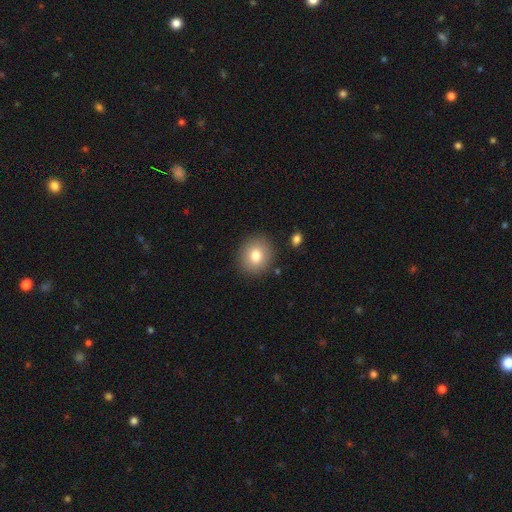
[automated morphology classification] smooth-or-featured: smooth: 79% | featured or disk: 11% | star or artifact: 10%
  how-rounded: round: 83% | in between: 16% | cigar-shaped: 1%
  merging: none: 88% | minor disturbance: 8% | major disturbance: 2% | merger: 2%